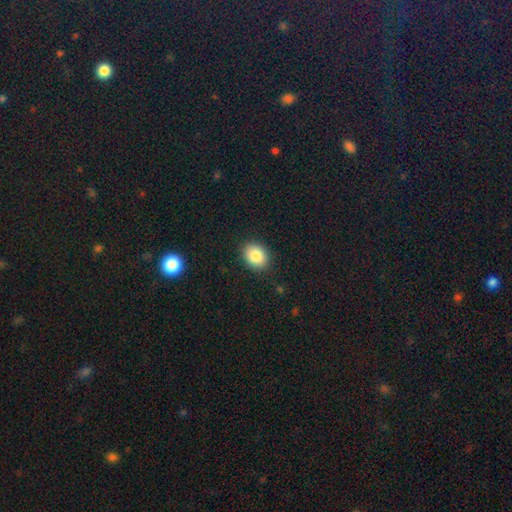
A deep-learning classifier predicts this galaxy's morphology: A smooth galaxy with no disk features (85%) that is in between round and cigar-shaped (53%). Merging: none (89%).